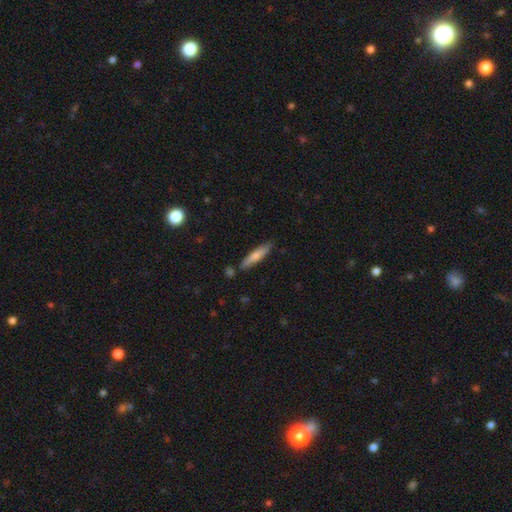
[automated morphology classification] Smooth or featured: smooth — 67% (featured or disk — 27%)
How rounded: cigar-shaped — 85% (in between — 14%)
Merging: none — 83% (minor disturbance — 12%)